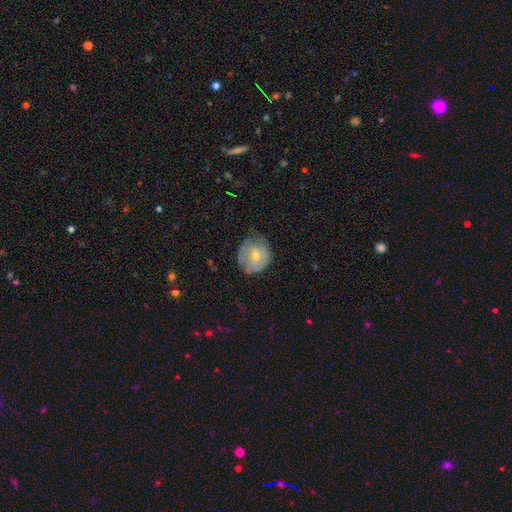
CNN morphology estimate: smooth_or_featured: featured or disk (p=0.46) [alt: smooth p=0.45]
merging: none (p=0.63) [alt: minor disturbance p=0.27]